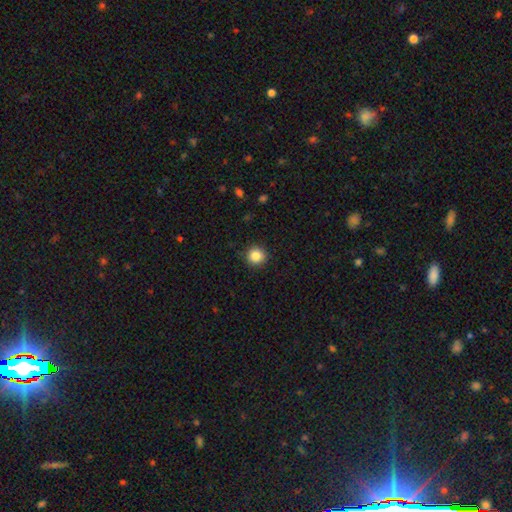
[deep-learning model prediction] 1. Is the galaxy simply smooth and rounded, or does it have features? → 86% smooth, 10% star or artifact, 4% featured or disk.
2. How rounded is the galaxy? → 94% round, 5% in between, 1% cigar-shaped.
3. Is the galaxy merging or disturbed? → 91% none, 6% minor disturbance, 2% major disturbance, 1% merger.